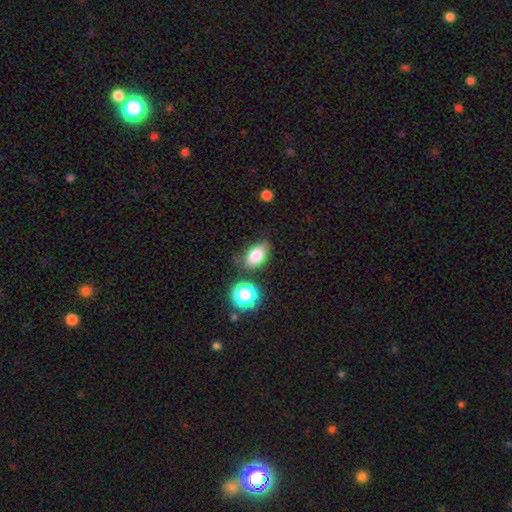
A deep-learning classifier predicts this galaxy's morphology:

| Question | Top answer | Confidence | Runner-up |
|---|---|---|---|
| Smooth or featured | smooth | 78% | star or artifact (11%) |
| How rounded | in between | 83% | round (14%) |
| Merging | none | 72% | minor disturbance (18%) |